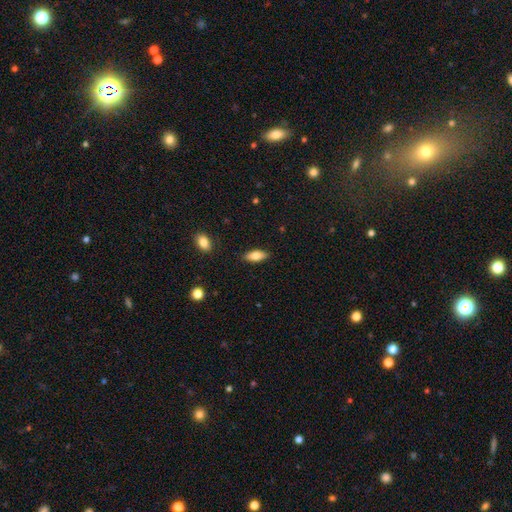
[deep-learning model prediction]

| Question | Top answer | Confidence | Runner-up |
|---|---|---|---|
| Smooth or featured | smooth | 77% | featured or disk (16%) |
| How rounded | in between | 80% | cigar-shaped (18%) |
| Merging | none | 86% | minor disturbance (11%) |